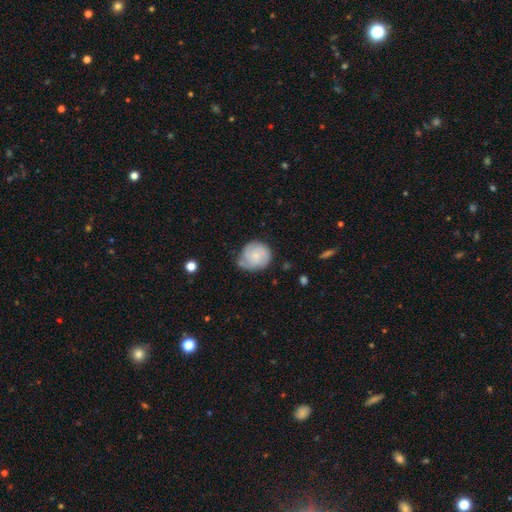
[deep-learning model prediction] Overall: featured or disk (47%; smooth 46%). Merging: none (56%; minor disturbance 32%).